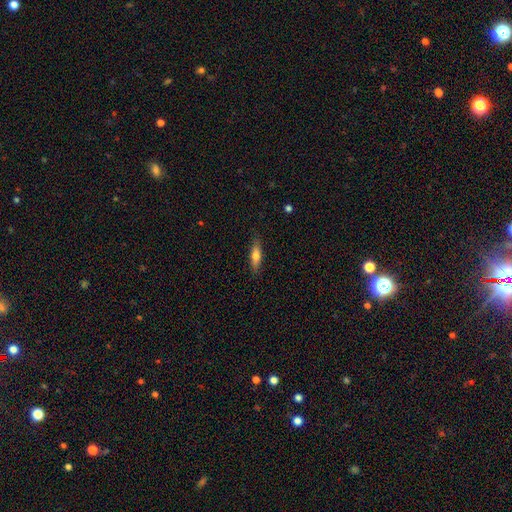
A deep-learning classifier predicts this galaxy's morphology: smooth_or_featured: smooth (p=0.67) [alt: featured or disk p=0.27]
how_rounded: cigar-shaped (p=0.63) [alt: in between p=0.34]
merging: none (p=0.86) [alt: minor disturbance p=0.10]